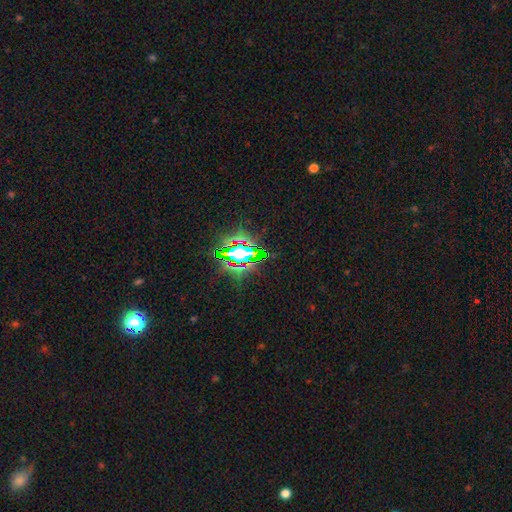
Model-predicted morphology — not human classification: star or artifact 81%, smooth 11%, featured or disk 9%.